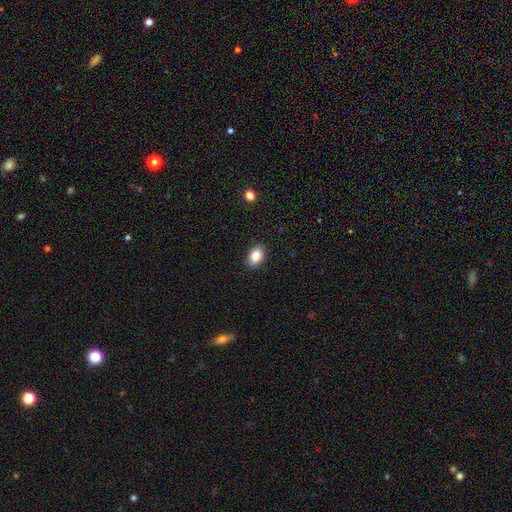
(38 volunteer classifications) Overall: smooth (95%). How rounded: in between (92%). Merging: none (89%).